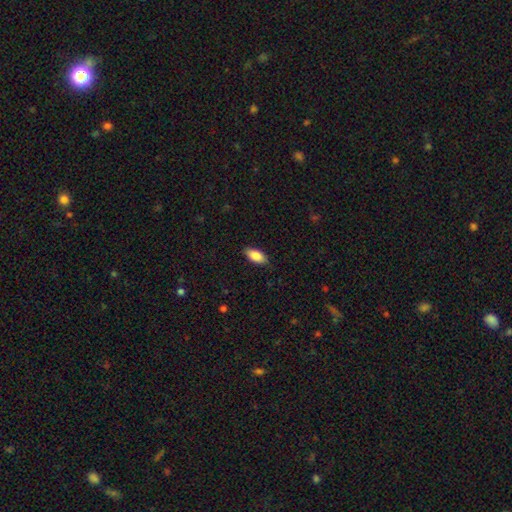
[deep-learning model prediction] smooth_or_featured: smooth (p=0.86) [alt: featured or disk p=0.08]
how_rounded: in between (p=0.91) [alt: cigar-shaped p=0.06]
merging: none (p=0.85) [alt: minor disturbance p=0.11]